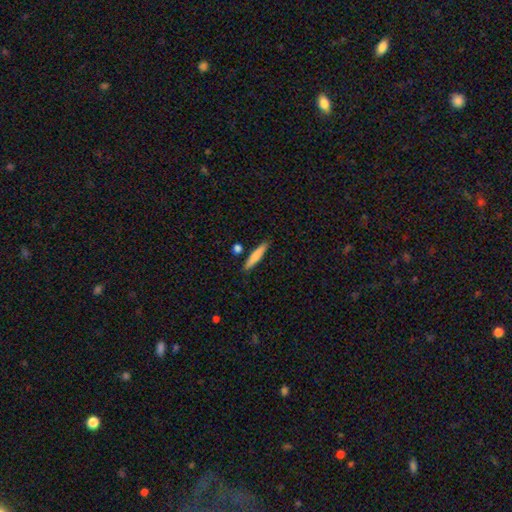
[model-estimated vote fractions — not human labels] Q: Smooth or featured?
A: smooth (76%); runner-up: featured or disk (18%)
Q: How rounded?
A: cigar-shaped (90%); runner-up: in between (9%)
Q: Merging?
A: none (86%); runner-up: minor disturbance (8%)